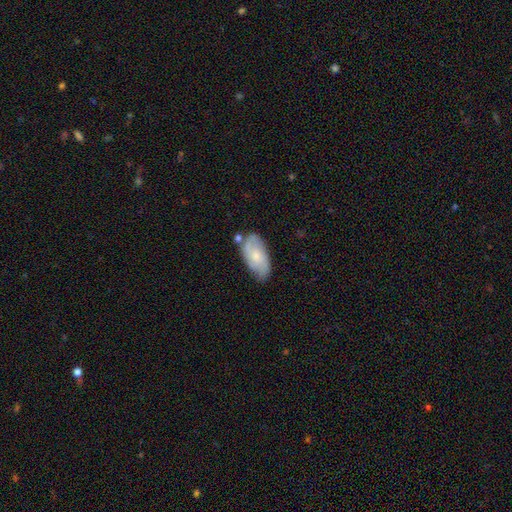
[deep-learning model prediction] Smooth or featured? Predicted: featured or disk (p=0.47). Merging? Predicted: none (p=0.62).